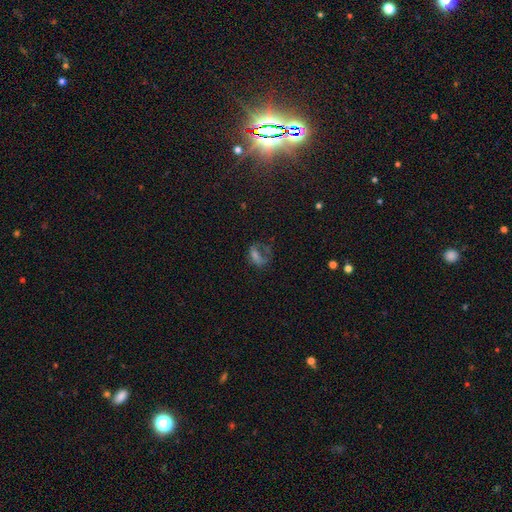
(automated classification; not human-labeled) This is marginally a smooth galaxy (34%). Merging: marginally major disturbance (39%).